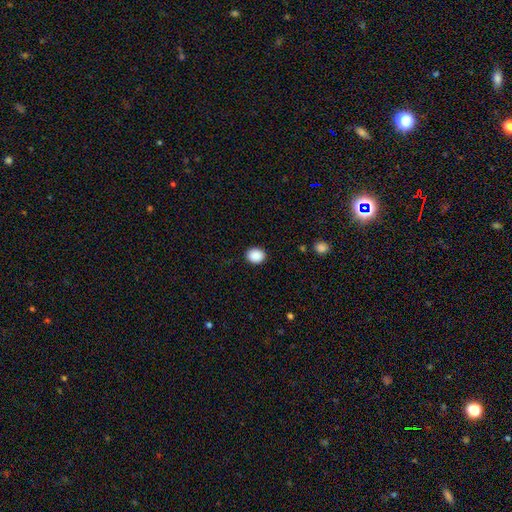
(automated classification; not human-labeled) The model was most divided on "how rounded": round: 61%, in between: 38%, cigar-shaped: 1%. More confident: merging — none (90%); smooth or featured — smooth (90%).